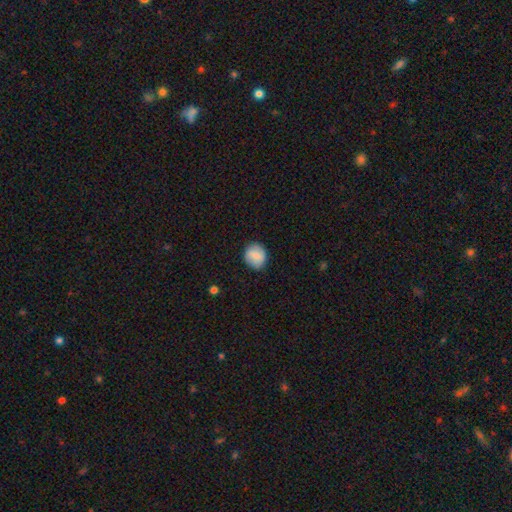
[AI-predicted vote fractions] Smooth or featured?
  - smooth: 75% *
  - featured or disk: 17%
  - star or artifact: 7%
How rounded?
  - round: 79% *
  - in between: 20%
  - cigar-shaped: 1%
Merging?
  - none: 84% *
  - minor disturbance: 12%
  - major disturbance: 3%
  - merger: 1%